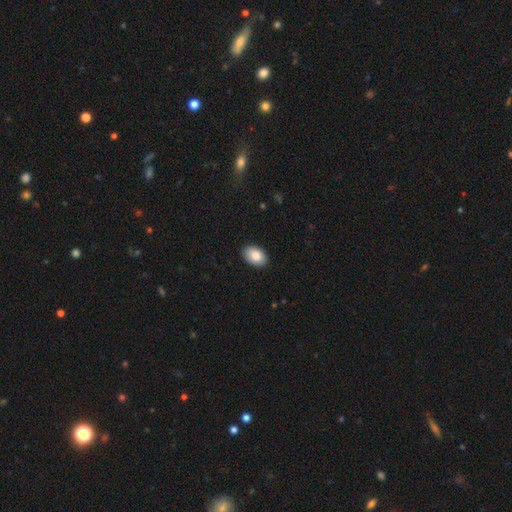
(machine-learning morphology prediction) Smooth or featured? smooth (87%)
How rounded? in between (88%)
Merging? none (89%)